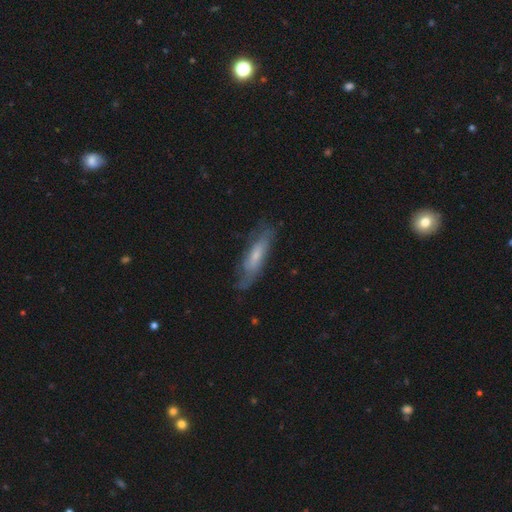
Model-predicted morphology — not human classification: Smooth or featured: featured or disk — 48% (smooth — 45%)
Merging: none — 68% (minor disturbance — 23%)